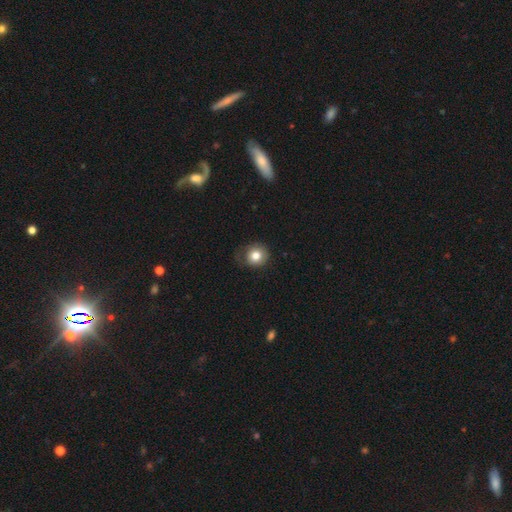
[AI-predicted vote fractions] smooth 80%, featured or disk 10%, star or artifact 10%. Down the decision tree: how rounded — round (84%); merging — none (68%).